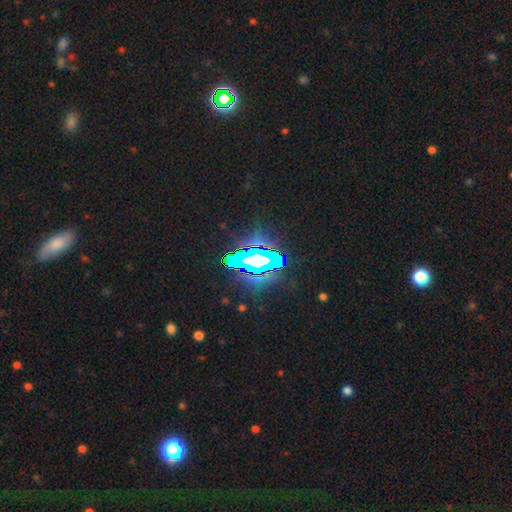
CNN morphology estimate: Q: Smooth or featured?
A: star or artifact (70%); runner-up: featured or disk (17%)